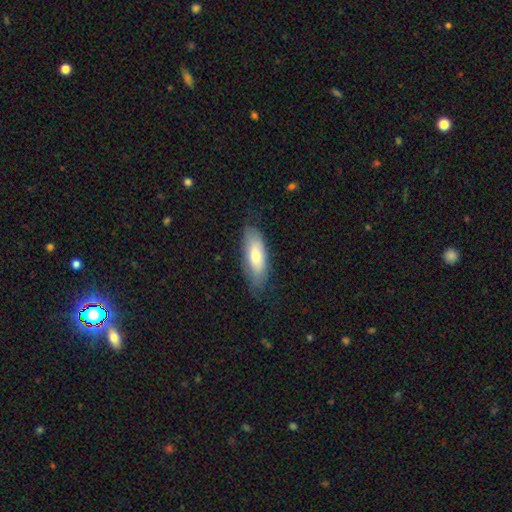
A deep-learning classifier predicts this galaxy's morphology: Smooth or featured: smooth — 67% (featured or disk — 26%)
How rounded: in between — 69% (cigar-shaped — 28%)
Merging: none — 73% (minor disturbance — 21%)